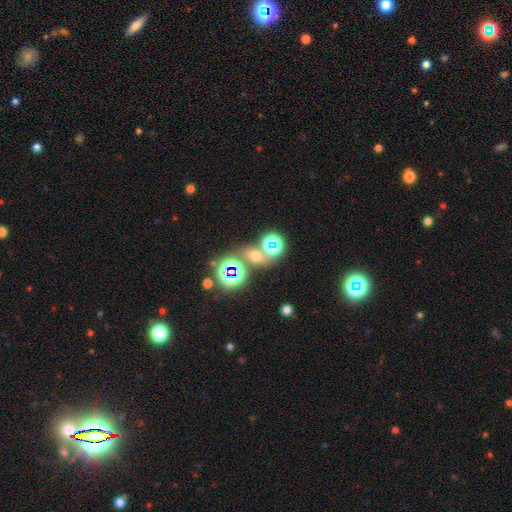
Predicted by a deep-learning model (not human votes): A smooth galaxy with no disk features (46%).

Vote fractions:
- Smooth or featured? smooth: 46% / star or artifact: 42% / featured or disk: 13%
- Merging? none: 57% / merger: 29% / minor disturbance: 9% / major disturbance: 5%